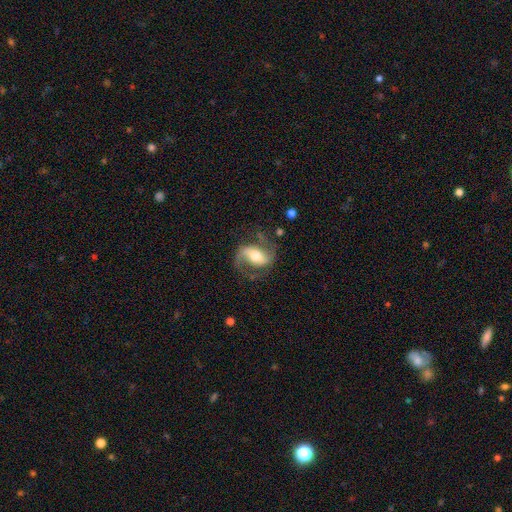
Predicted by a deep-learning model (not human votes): smooth-or-featured: featured or disk: 83% | smooth: 11% | star or artifact: 6%
  disk-edge-on: no: 97% | yes: 3%
    bar: weak: 38% | strong: 37% | no: 26%
    has-spiral-arms: yes: 95% | no: 5%
      spiral-winding: medium: 48% | loose: 40% | tight: 12%
      spiral-arm-count: 2: 87% | 1: 7% | can't tell: 3% | 3: 1% | 4: 1% | more than 4: 1%
    bulge-size: moderate: 67% | small: 15% | large: 15% | dominant: 2% | none: 1%
  merging: none: 67% | minor disturbance: 17% | major disturbance: 14% | merger: 2%